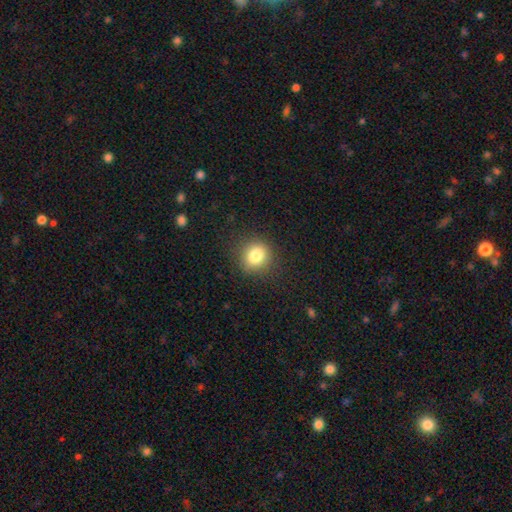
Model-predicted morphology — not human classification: The model was most divided on "how rounded": round: 82%, in between: 17%, cigar-shaped: 1%. More confident: merging — none (88%); smooth or featured — smooth (82%).